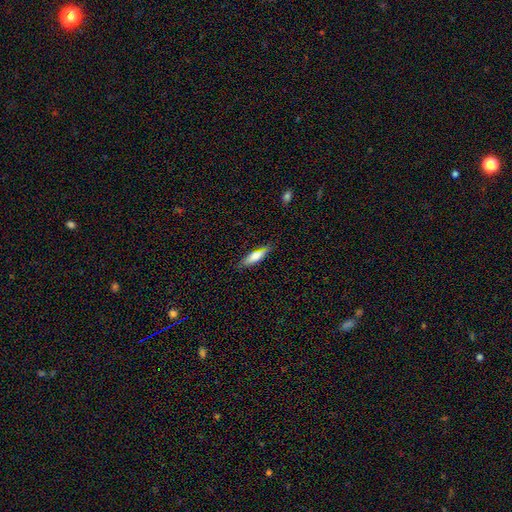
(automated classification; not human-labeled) smooth-or-featured: smooth: 69% | featured or disk: 24% | star or artifact: 6%
  how-rounded: cigar-shaped: 63% | in between: 35% | round: 2%
  merging: none: 82% | minor disturbance: 14% | major disturbance: 3% | merger: 1%